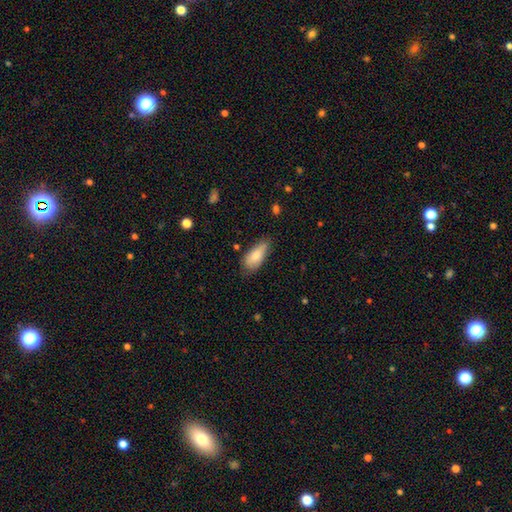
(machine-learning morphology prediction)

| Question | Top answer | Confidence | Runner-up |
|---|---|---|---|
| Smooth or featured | smooth | 82% | featured or disk (11%) |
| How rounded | in between | 82% | cigar-shaped (15%) |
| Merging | none | 60% | minor disturbance (31%) |